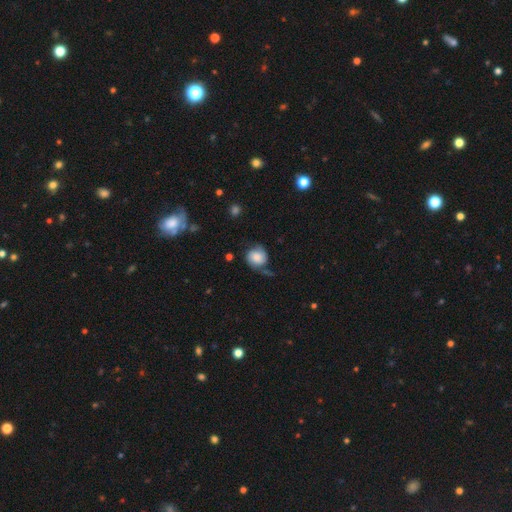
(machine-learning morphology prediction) smooth-or-featured: smooth: 50% | featured or disk: 41% | star or artifact: 9%
  how-rounded: round: 79% | in between: 20% | cigar-shaped: 1%
  merging: none: 54% | minor disturbance: 28% | major disturbance: 14% | merger: 4%